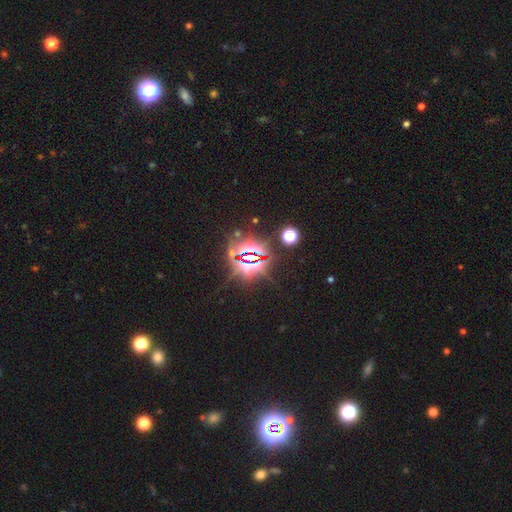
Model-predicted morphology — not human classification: This appears to be a star or artifact, not a galaxy (80%).